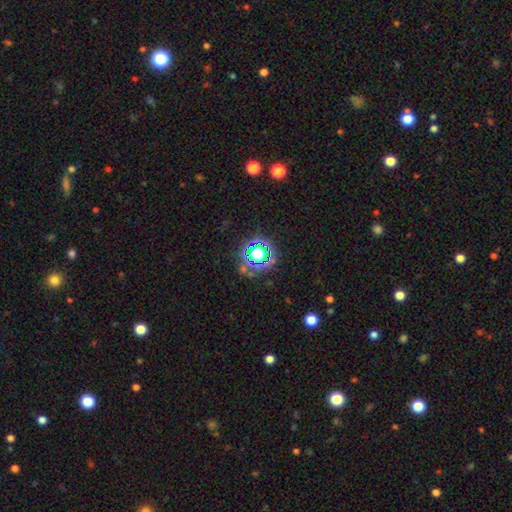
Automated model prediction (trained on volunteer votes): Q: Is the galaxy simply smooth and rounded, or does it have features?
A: star or artifact — 57%.